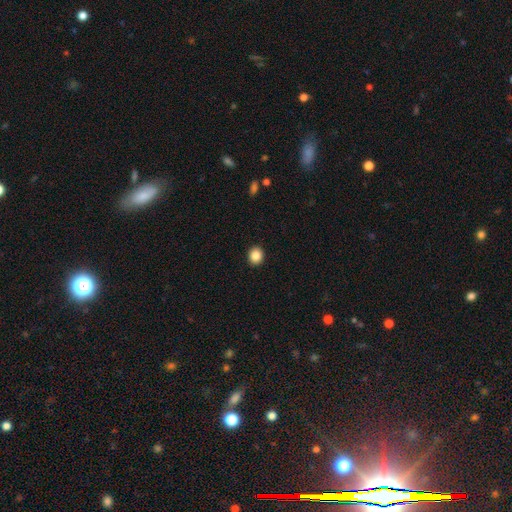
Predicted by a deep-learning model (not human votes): This appears to be a smooth galaxy with no disk features (86%) that is round (77%). Merging: none (93%).